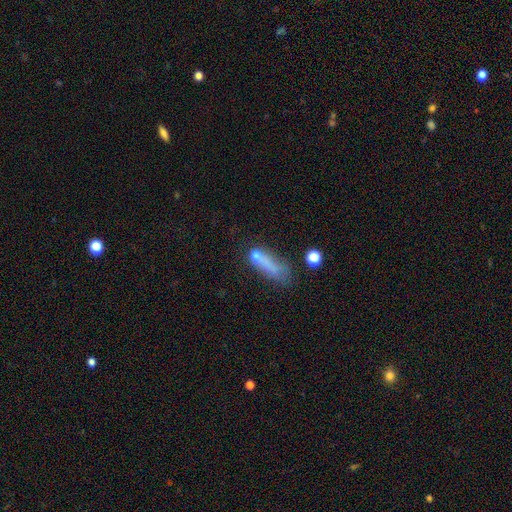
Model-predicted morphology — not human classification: Smooth or featured? smooth (58%)
How rounded? cigar-shaped (59%)
Merging? none (42%)